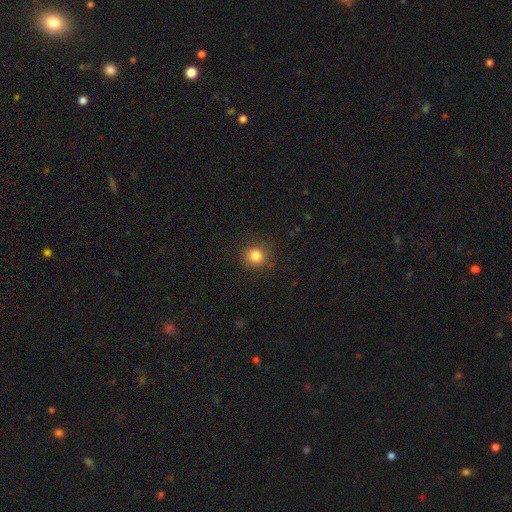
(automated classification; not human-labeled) smooth_or_featured: smooth (p=0.83) [alt: star or artifact p=0.12]
how_rounded: round (p=0.91) [alt: in between p=0.08]
merging: none (p=0.87) [alt: minor disturbance p=0.09]